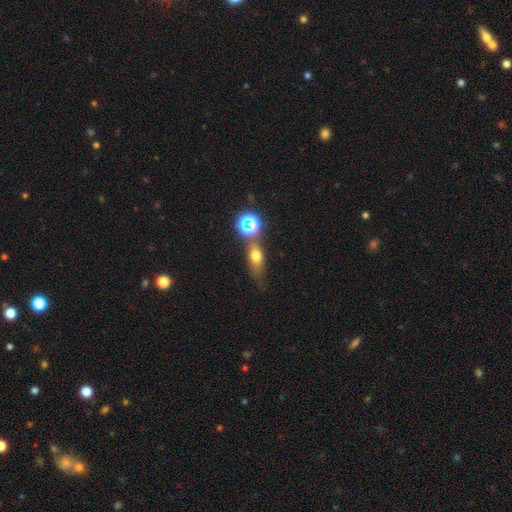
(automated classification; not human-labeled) The model was most divided on "how rounded": in between: 54%, round: 26%, cigar-shaped: 21%. More confident: smooth or featured — smooth (58%); merging — none (55%).